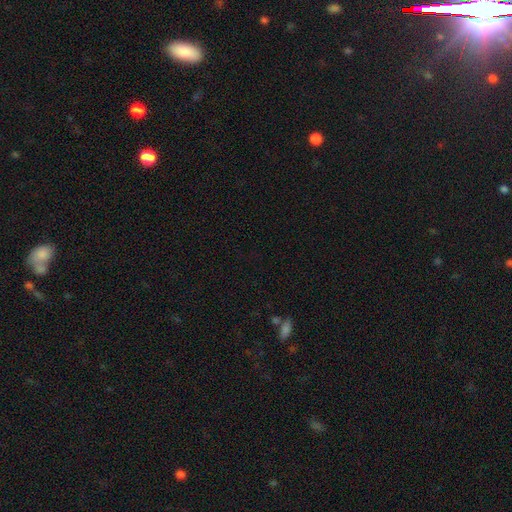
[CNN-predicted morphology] Overall: star or artifact (68%).